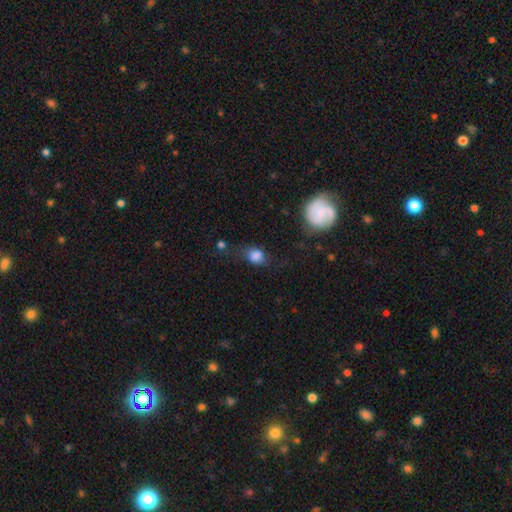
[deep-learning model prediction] Smooth or featured? Predicted: smooth (p=0.75). How rounded? Predicted: in between (p=0.50). Merging? Predicted: none (p=0.47).